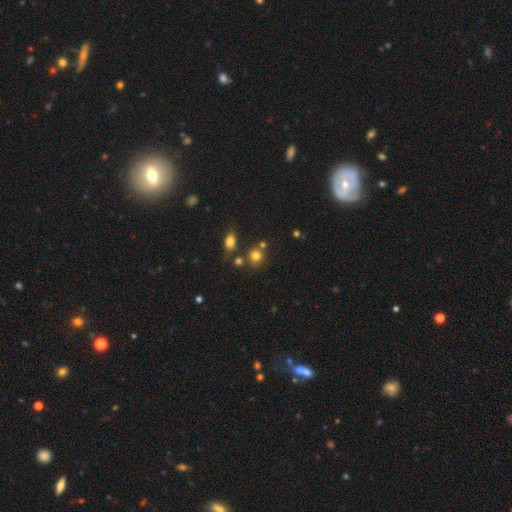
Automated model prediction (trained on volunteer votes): This appears to be a smooth galaxy with no disk features (76%) that is round (83%). Merging: none (68%).